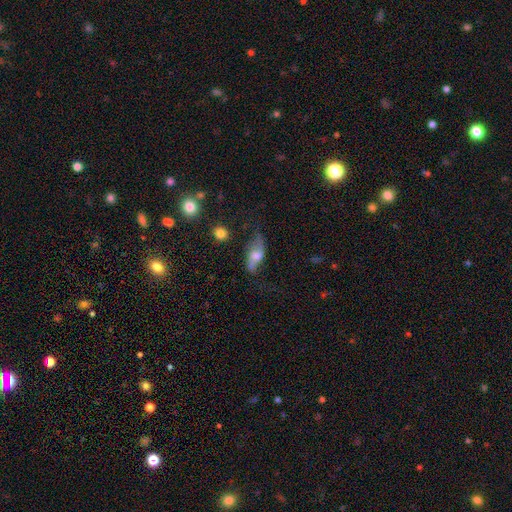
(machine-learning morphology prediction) This appears to be a featured or disk galaxy (58%). Merging: none (52%).